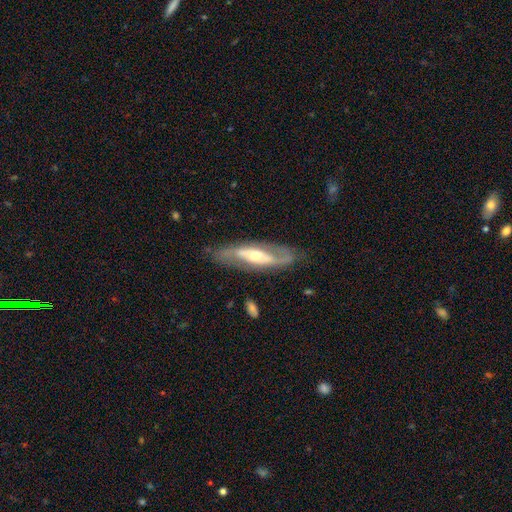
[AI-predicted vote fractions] smooth-or-featured: featured or disk: 79% | smooth: 16% | star or artifact: 5%
  disk-edge-on: no: 80% | yes: 20%
    bar: no: 37% | strong: 34% | weak: 28%
    has-spiral-arms: yes: 83% | no: 17%
      spiral-winding: medium: 42% | loose: 35% | tight: 23%
      spiral-arm-count: 2: 83% | can't tell: 9% | 1: 4% | 3: 1% | 4: 1% | more than 4: 1%
    bulge-size: moderate: 54% | small: 37% | large: 6% | none: 1% | dominant: 1%
  merging: none: 78% | minor disturbance: 14% | major disturbance: 6% | merger: 2%